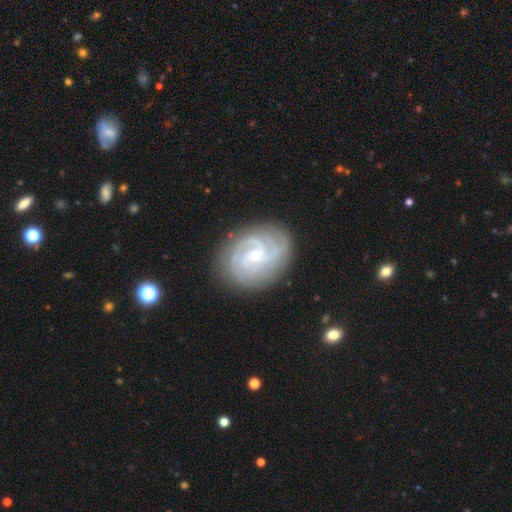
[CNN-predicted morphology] A featured or disk galaxy (87%) with no bar (54%), 3 (29%) tight (70%) spiral arms (97%) and a small central bulge (75%).

Vote fractions:
- Smooth or featured? featured or disk: 87% / smooth: 8% / star or artifact: 5%
- Edge-on disk? no: 98% / yes: 2%
- Bar? no: 54% / weak: 38% / strong: 7%
- Spiral arms? yes: 97% / no: 3%
- Spiral winding? tight: 70% / medium: 26% / loose: 4%
- Spiral arm count? 3: 29% / can't tell: 21% / 4: 19% / 2: 18% / more than 4: 7% / 1: 6%
- Bulge size? small: 75% / moderate: 21% / none: 2% / large: 1% / dominant: 1%
- Merging? none: 81% / minor disturbance: 14% / major disturbance: 4% / merger: 1%